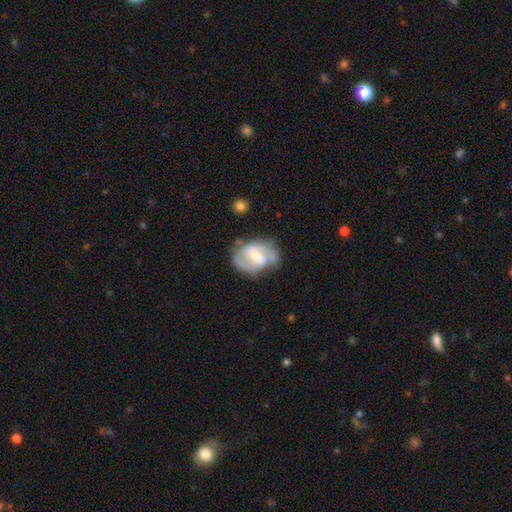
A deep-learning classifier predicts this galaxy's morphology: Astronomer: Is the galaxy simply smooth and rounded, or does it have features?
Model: featured or disk — 83%.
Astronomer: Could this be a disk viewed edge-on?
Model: no — 98%.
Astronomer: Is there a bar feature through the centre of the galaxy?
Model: weak — 54% (runner-up: strong, 31%).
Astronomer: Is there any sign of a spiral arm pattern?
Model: yes — 94%.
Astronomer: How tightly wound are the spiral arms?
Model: medium — 54%.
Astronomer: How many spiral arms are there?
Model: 2 — 83%.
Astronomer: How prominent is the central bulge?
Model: small — 48% (runner-up: moderate, 40%).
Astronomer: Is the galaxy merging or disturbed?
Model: none — 65%.